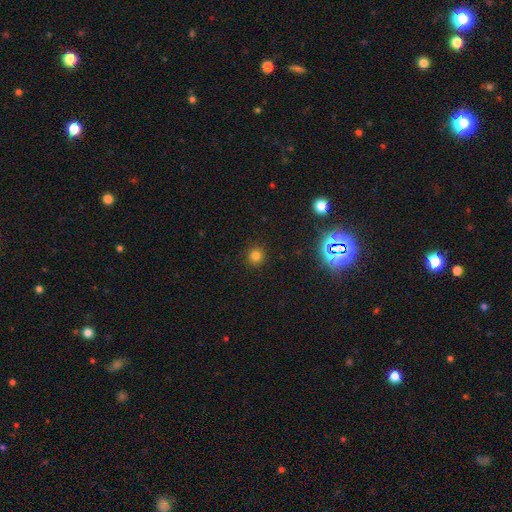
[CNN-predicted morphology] Smooth or featured?
  - smooth: 78% *
  - star or artifact: 17%
  - featured or disk: 5%
How rounded?
  - round: 93% *
  - in between: 6%
  - cigar-shaped: 1%
Merging?
  - none: 91% *
  - minor disturbance: 6%
  - major disturbance: 2%
  - merger: 1%